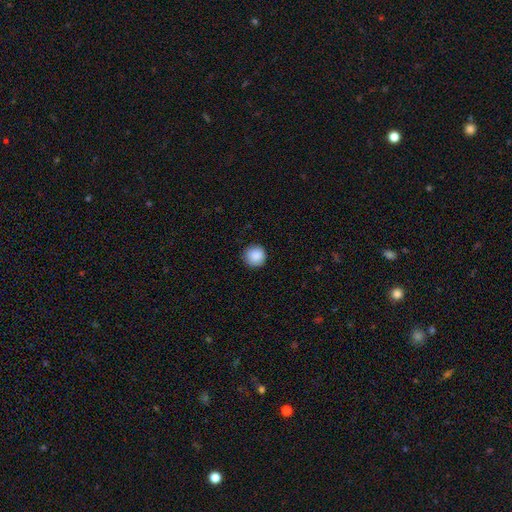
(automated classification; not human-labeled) smooth_or_featured: smooth (p=0.89) [alt: star or artifact p=0.08]
how_rounded: round (p=0.95) [alt: in between p=0.04]
merging: none (p=0.90) [alt: minor disturbance p=0.07]